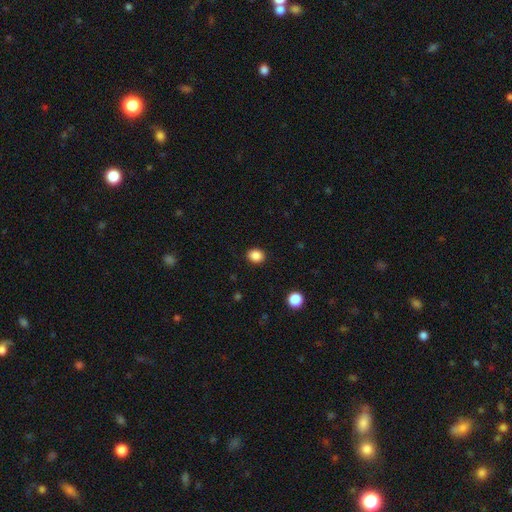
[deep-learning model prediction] Smooth or featured: smooth — 87% (star or artifact — 10%)
How rounded: round — 65% (in between — 34%)
Merging: none — 91% (minor disturbance — 6%)